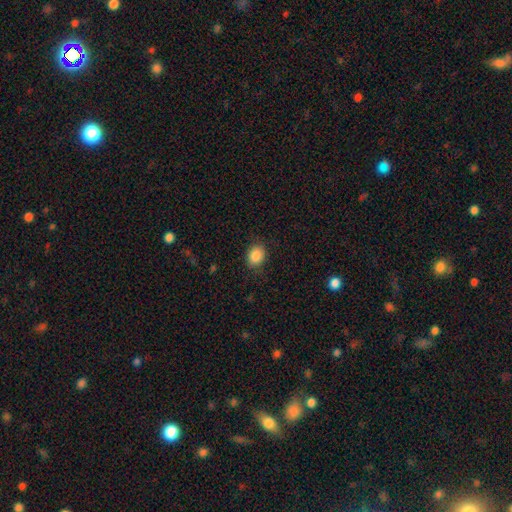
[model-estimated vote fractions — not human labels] A smooth galaxy with no disk features (87%) that is in between round and cigar-shaped (55%). Merging: none (84%).